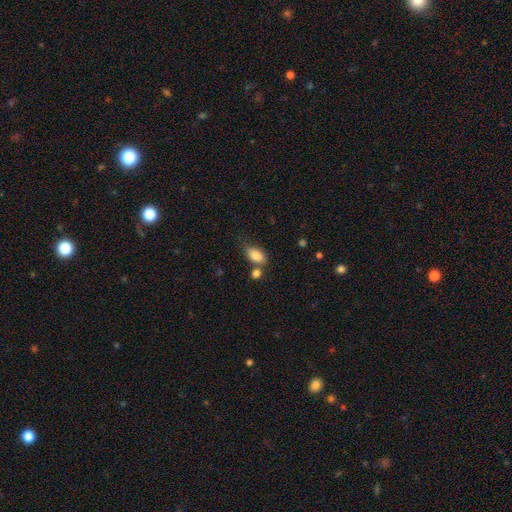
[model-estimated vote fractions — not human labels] Smooth or featured: smooth — 83% (featured or disk — 9%)
How rounded: in between — 88% (round — 9%)
Merging: none — 55% (merger — 20%)